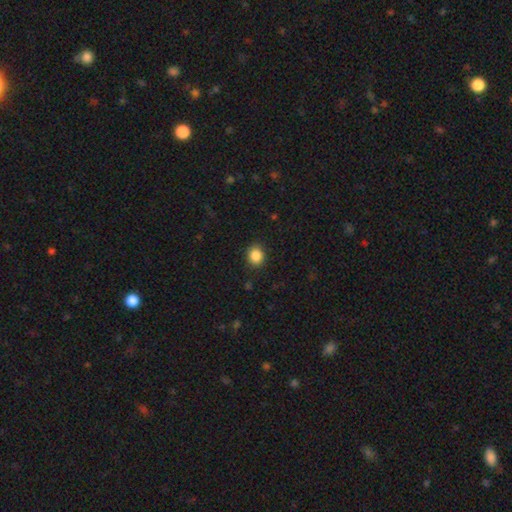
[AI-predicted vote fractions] smooth 86%, star or artifact 10%, featured or disk 3%. Down the decision tree: how rounded — round (73%); merging — none (88%).